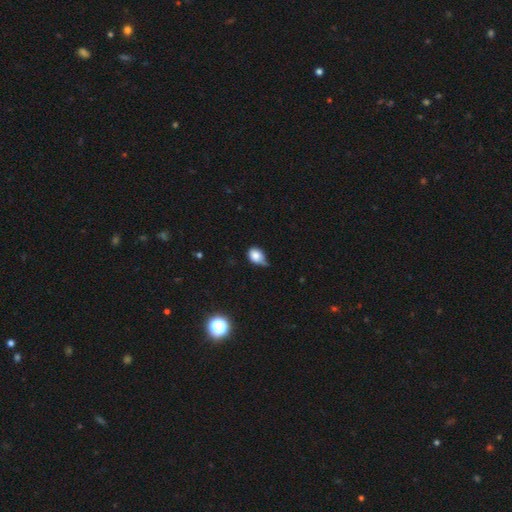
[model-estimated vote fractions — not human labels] This appears to be a smooth galaxy with no disk features (82%) that is in between round and cigar-shaped (60%). Merging: minor disturbance (51%).